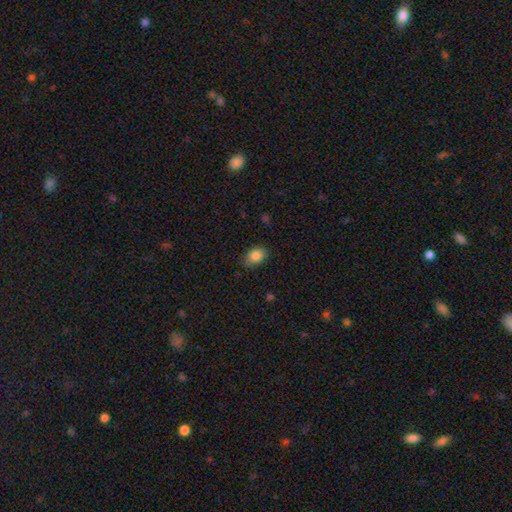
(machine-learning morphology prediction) Q: Smooth or featured?
A: smooth (85%); runner-up: star or artifact (8%)
Q: How rounded?
A: in between (76%); runner-up: round (22%)
Q: Merging?
A: none (77%); runner-up: minor disturbance (19%)